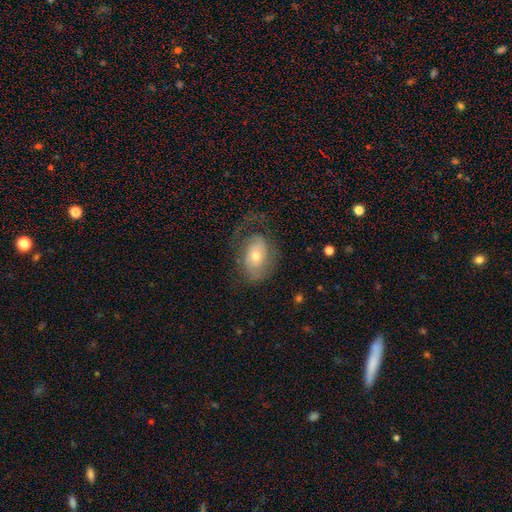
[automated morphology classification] A featured or disk galaxy (57%) with no bar (75%), spiral arms (73%) and a moderate central bulge (55%). Merging: none (48%).